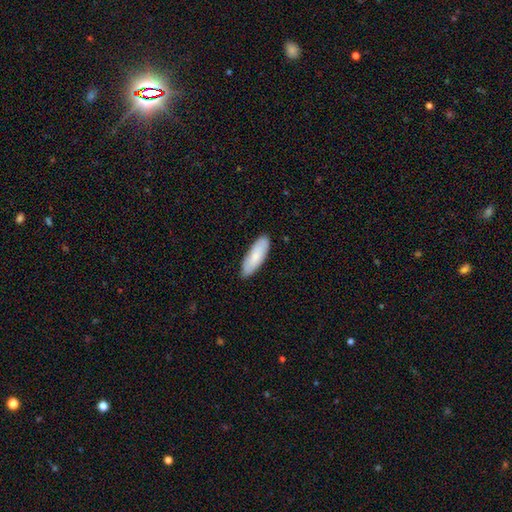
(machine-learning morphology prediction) A smooth galaxy with no disk features (81%) that is in between round and cigar-shaped (53%).

Vote fractions:
- Smooth or featured? smooth: 81% / featured or disk: 13% / star or artifact: 5%
- How rounded? in between: 53% / cigar-shaped: 46% / round: 1%
- Merging? none: 88% / minor disturbance: 10% / major disturbance: 2% / merger: 1%